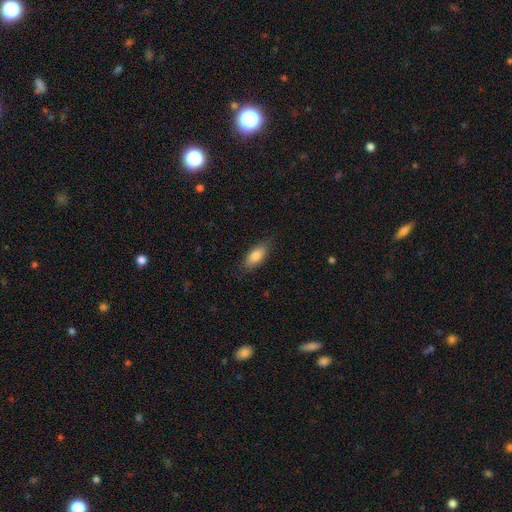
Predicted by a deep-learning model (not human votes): smooth 81%, featured or disk 13%, star or artifact 6%. Down the decision tree: how rounded — in between (81%); merging — none (83%).